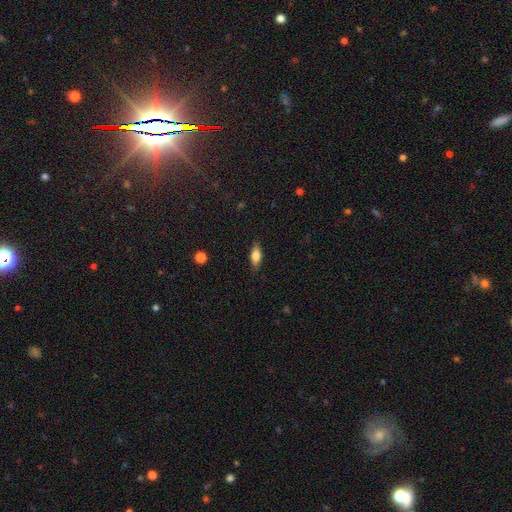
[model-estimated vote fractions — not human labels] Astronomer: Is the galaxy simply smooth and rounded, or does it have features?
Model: smooth — 69%.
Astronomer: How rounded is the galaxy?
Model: in between — 72%.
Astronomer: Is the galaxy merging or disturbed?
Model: none — 85%.